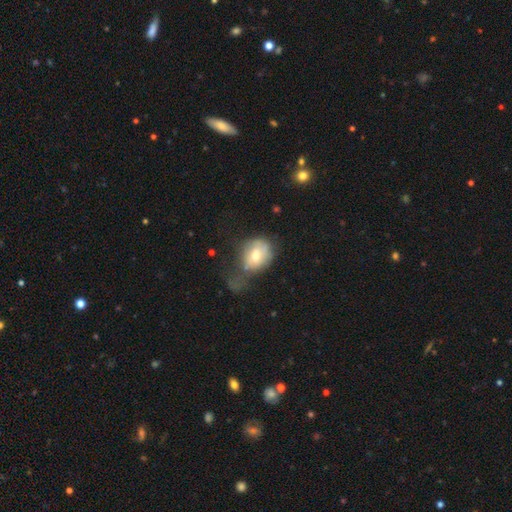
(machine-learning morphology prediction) type=smooth (66%); roundness=round (50%); merging=major disturbance (36%).